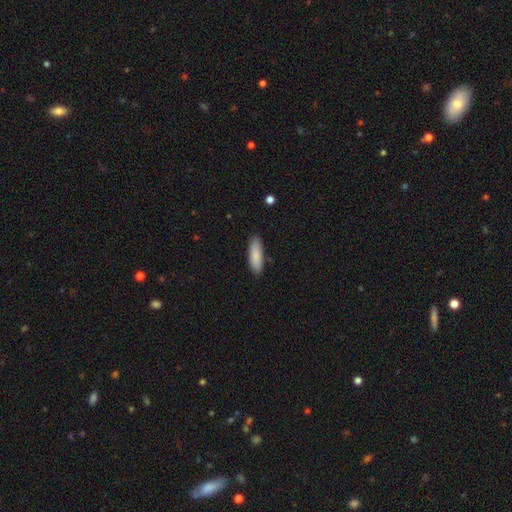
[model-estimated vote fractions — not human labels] A smooth galaxy with no disk features (87%) that is in between round and cigar-shaped (52%).

Vote fractions:
- Smooth or featured? smooth: 87% / featured or disk: 8% / star or artifact: 6%
- How rounded? in between: 52% / cigar-shaped: 46% / round: 1%
- Merging? none: 85% / minor disturbance: 11% / major disturbance: 2% / merger: 1%